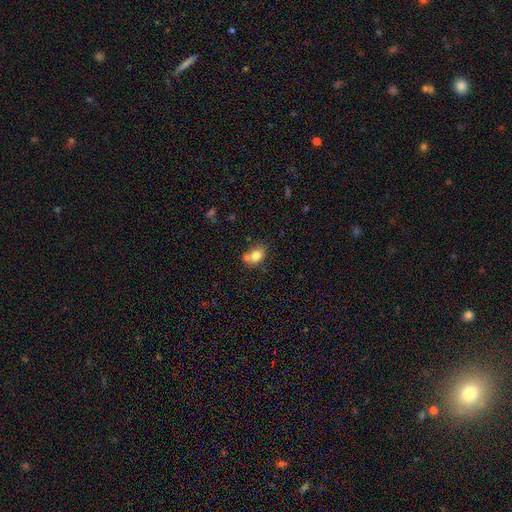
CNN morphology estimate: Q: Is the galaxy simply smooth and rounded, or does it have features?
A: smooth — 77%.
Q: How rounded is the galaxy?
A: in between — 69%.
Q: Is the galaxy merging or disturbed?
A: none — 48%.